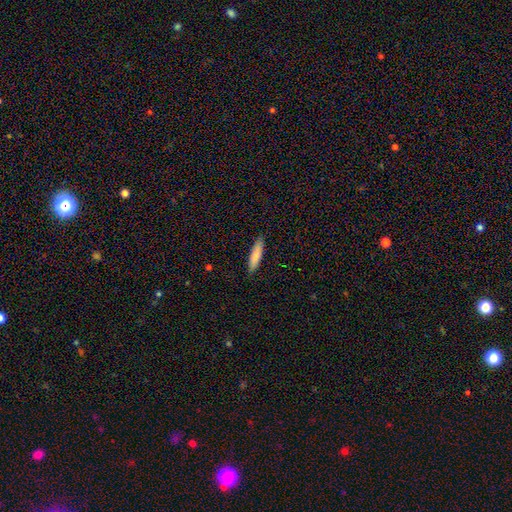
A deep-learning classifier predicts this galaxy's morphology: A smooth galaxy with no disk features (84%) that is cigar-shaped (73%).

Vote fractions:
- Smooth or featured? smooth: 84% / featured or disk: 10% / star or artifact: 6%
- How rounded? cigar-shaped: 73% / in between: 26% / round: 1%
- Merging? none: 89% / minor disturbance: 8% / major disturbance: 2% / merger: 1%